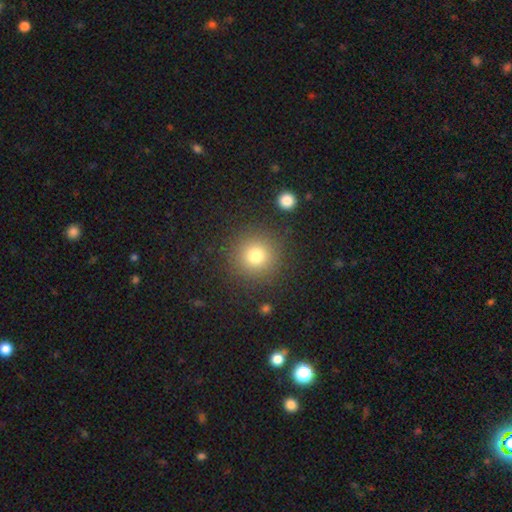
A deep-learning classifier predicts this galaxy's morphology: A smooth galaxy with no disk features (77%) that is round (94%). Merging: none (87%).